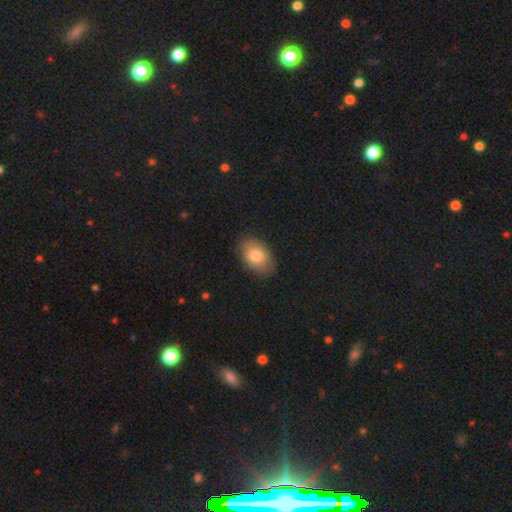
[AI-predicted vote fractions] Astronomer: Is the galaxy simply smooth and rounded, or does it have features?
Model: smooth — 78%.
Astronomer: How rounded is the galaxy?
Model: in between — 86%.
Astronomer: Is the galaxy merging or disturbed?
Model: none — 81%.